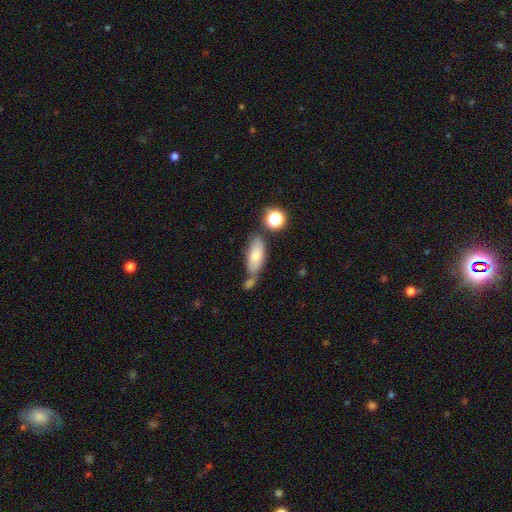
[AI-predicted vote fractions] Overall: smooth (75%). How rounded: in between (77%). Merging: none (49%; merger 25%).